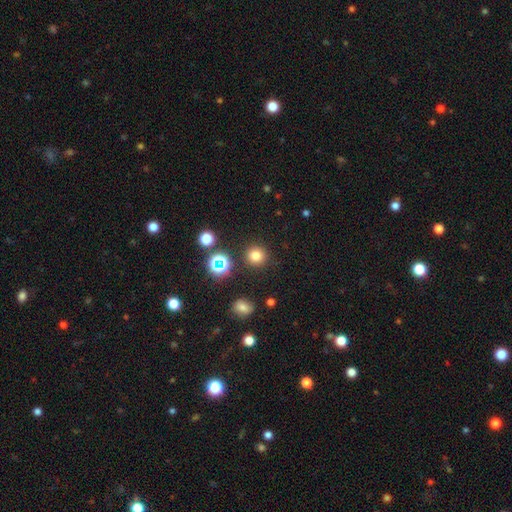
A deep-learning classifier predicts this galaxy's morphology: Overall: smooth (76%). How rounded: round (94%). Merging: none (89%).